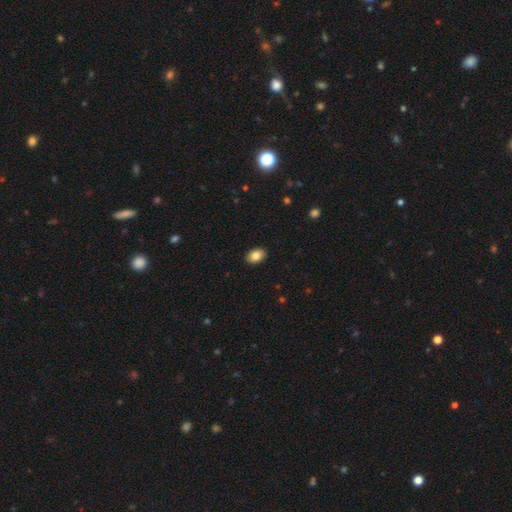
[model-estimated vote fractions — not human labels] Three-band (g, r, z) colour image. It shows a smooth galaxy with no disk features (86%) that is in between round and cigar-shaped (84%). Merging: none (90%).